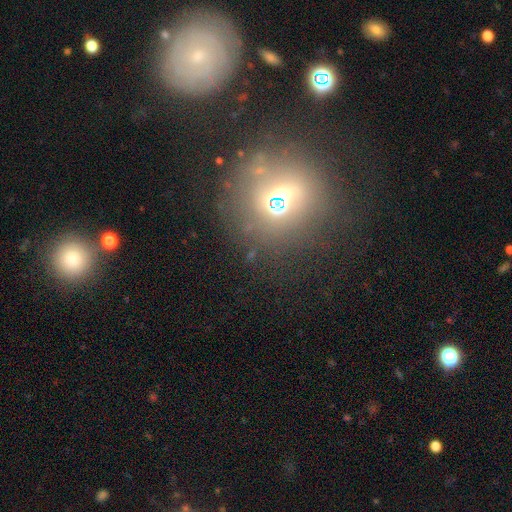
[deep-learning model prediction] Smooth or featured?
  - smooth: 37% *
  - featured or disk: 32%
  - star or artifact: 31%
Merging?
  - none: 63% *
  - merger: 15%
  - minor disturbance: 13%
  - major disturbance: 9%